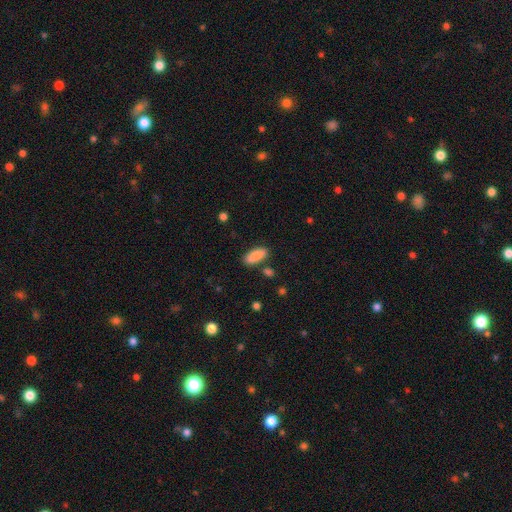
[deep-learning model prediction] The model was most divided on "how rounded": in between: 81%, cigar-shaped: 17%, round: 2%. More confident: smooth or featured — smooth (87%); merging — none (80%).